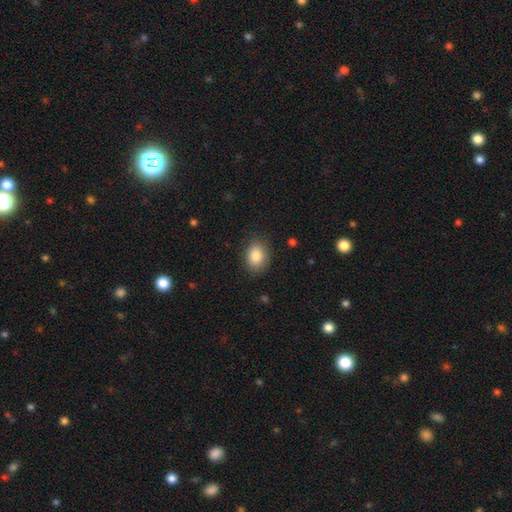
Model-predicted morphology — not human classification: This appears to be a smooth galaxy with no disk features (87%) that is in between round and cigar-shaped (68%). Merging: none (83%).